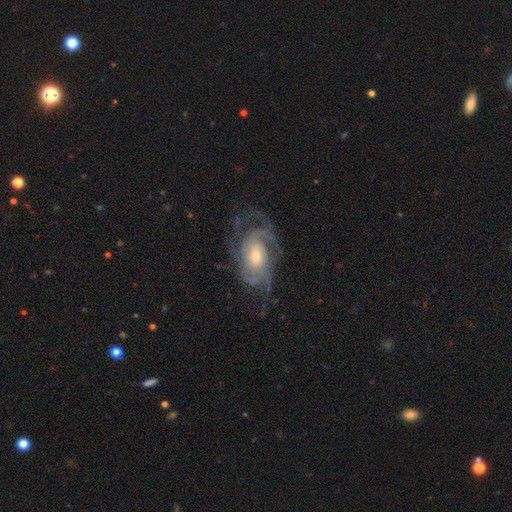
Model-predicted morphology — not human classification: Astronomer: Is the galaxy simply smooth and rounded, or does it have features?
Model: featured or disk — 87%.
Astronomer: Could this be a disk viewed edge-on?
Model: no — 96%.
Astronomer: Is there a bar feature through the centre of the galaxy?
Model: no — 68%.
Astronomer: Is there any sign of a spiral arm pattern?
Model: yes — 96%.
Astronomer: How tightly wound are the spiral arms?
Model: tight — 48% (runner-up: medium, 41%).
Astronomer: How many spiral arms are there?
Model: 3 — 28% (runner-up: can't tell, 24%).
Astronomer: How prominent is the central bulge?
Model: moderate — 50% (runner-up: small, 39%).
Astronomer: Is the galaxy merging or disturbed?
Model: none — 65%.